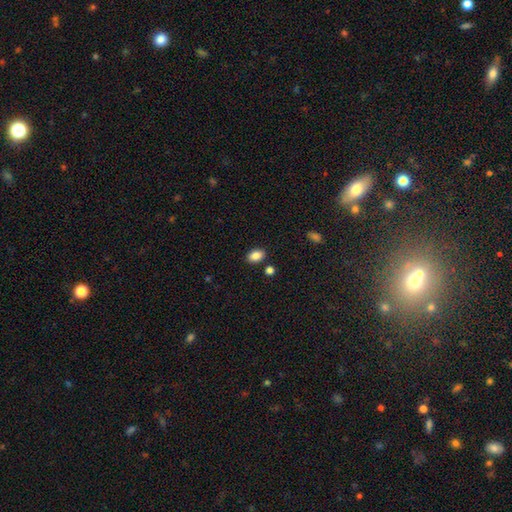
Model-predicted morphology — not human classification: Overall: smooth (86%). How rounded: in between (83%). Merging: none (84%).